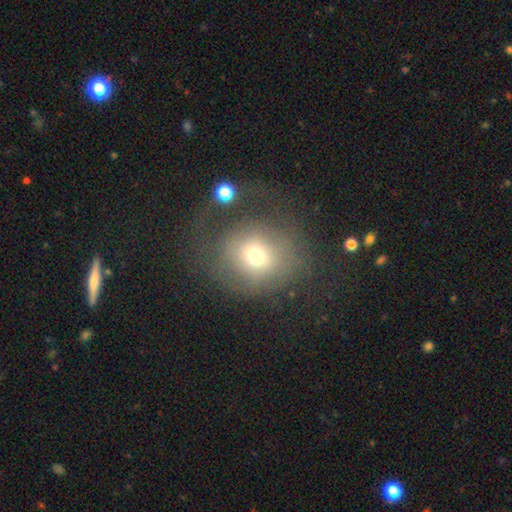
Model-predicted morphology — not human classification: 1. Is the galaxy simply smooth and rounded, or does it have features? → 61% smooth, 26% featured or disk, 14% star or artifact.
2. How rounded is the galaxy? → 79% round, 20% in between, 1% cigar-shaped.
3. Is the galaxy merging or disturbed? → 40% none, 37% major disturbance, 18% minor disturbance, 5% merger.